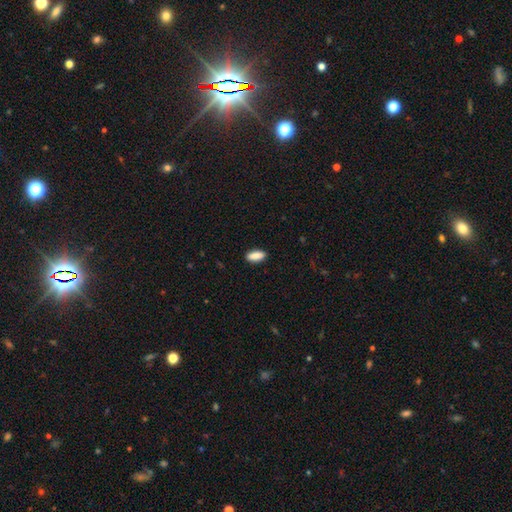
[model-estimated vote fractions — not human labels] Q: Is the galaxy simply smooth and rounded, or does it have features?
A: smooth — 88%.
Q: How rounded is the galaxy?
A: in between — 76%.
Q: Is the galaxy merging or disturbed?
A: none — 89%.